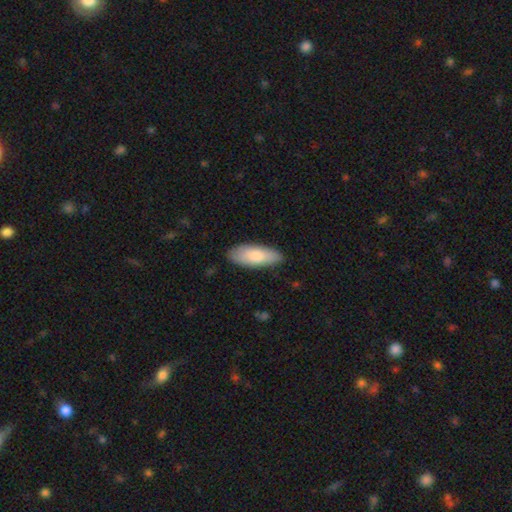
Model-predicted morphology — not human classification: This is clearly a smooth galaxy (80%). How rounded: likely in between (76%). Merging: clearly none (85%).